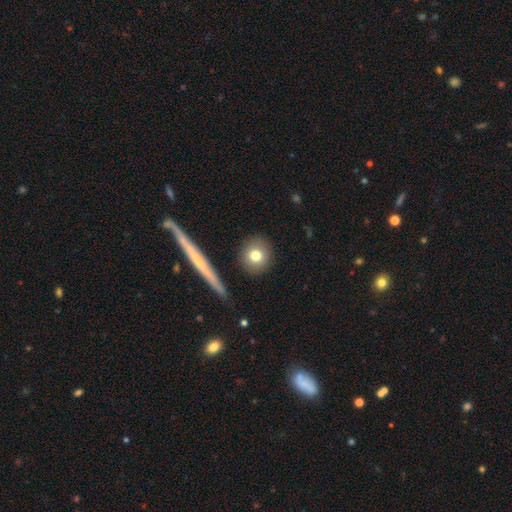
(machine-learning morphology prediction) type=smooth (77%); roundness=round (89%); merging=none (89%).